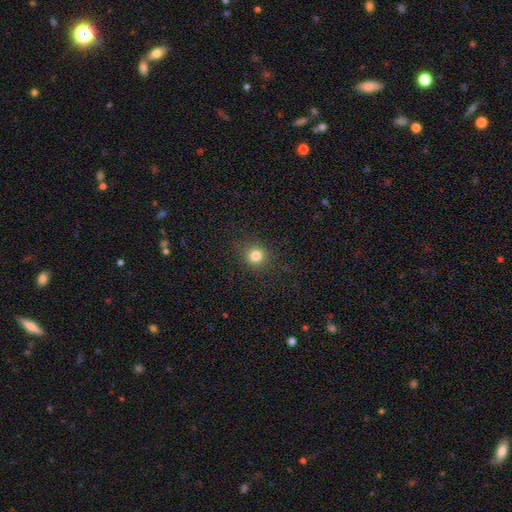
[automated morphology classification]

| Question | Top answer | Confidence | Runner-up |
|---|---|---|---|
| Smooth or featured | smooth | 82% | star or artifact (13%) |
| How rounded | round | 88% | in between (11%) |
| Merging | none | 88% | minor disturbance (8%) |